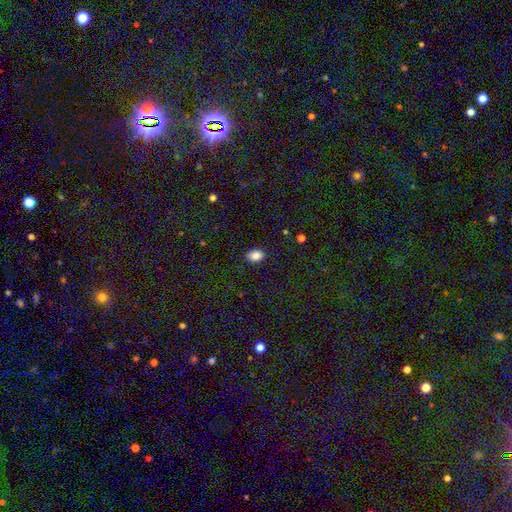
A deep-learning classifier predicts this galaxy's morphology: Smooth or featured? Predicted: smooth (p=0.86). How rounded? Predicted: in between (p=0.72). Merging? Predicted: none (p=0.89).